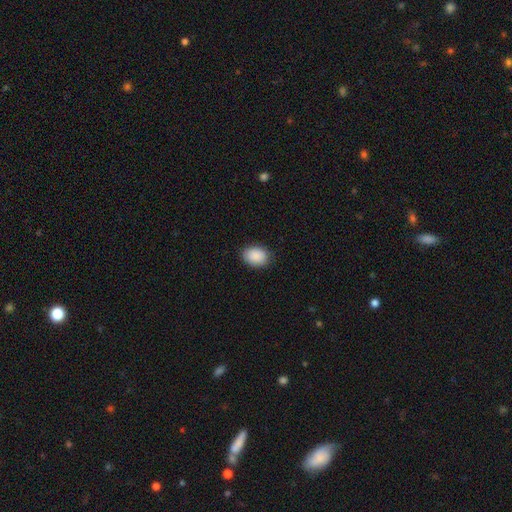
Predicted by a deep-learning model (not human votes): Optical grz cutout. It shows a smooth galaxy with no disk features (90%) that is in between round and cigar-shaped (75%). Merging: none (86%).